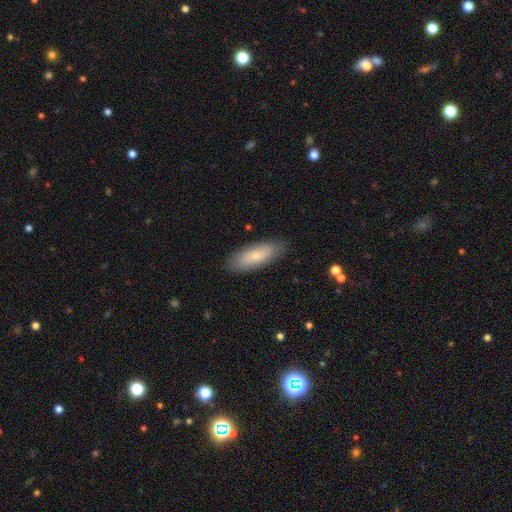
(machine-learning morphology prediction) smooth 73%, featured or disk 21%, star or artifact 6%. Down the decision tree: how rounded — in between (67%); merging — none (85%).